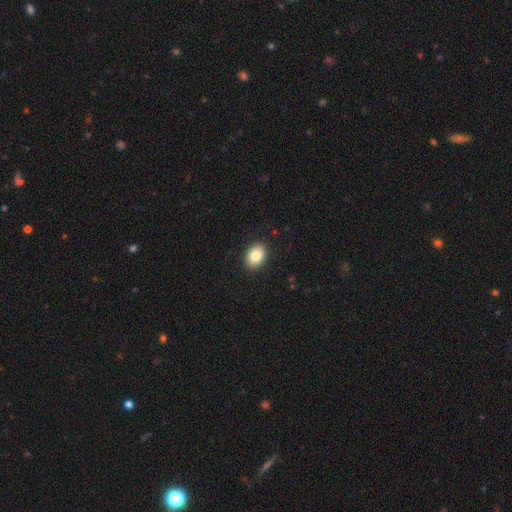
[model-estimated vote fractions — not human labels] A smooth galaxy with no disk features (84%) that is in between round and cigar-shaped (77%).

Vote fractions:
- Smooth or featured? smooth: 84% / featured or disk: 8% / star or artifact: 8%
- How rounded? in between: 77% / round: 22% / cigar-shaped: 1%
- Merging? none: 90% / minor disturbance: 7% / major disturbance: 2% / merger: 1%